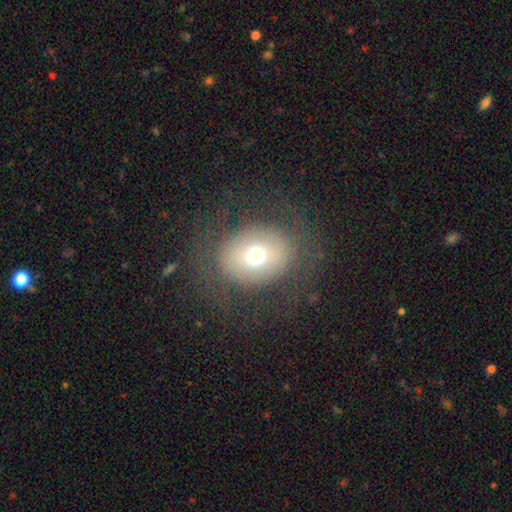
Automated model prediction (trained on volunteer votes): smooth-or-featured: smooth: 62% | featured or disk: 24% | star or artifact: 14%
  how-rounded: round: 58% | in between: 41% | cigar-shaped: 1%
  merging: none: 67% | major disturbance: 17% | minor disturbance: 14% | merger: 1%